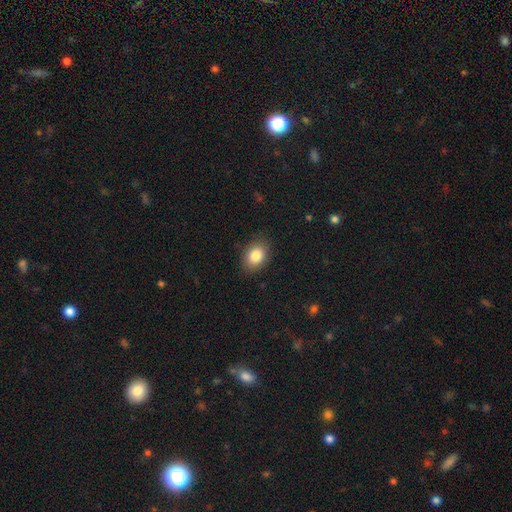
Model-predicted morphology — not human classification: A smooth galaxy with no disk features (85%) that is in between round and cigar-shaped (73%). Merging: none (85%).